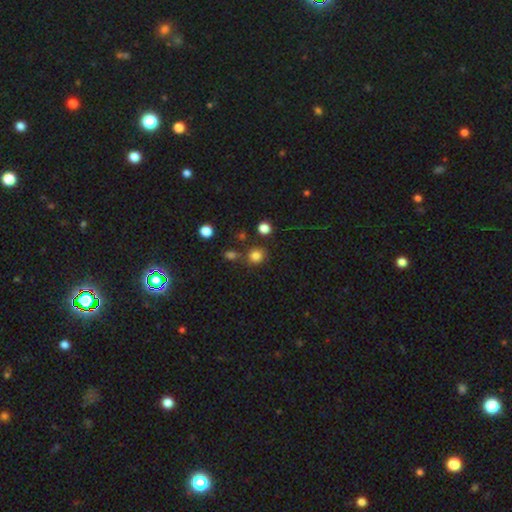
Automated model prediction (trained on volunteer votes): A smooth galaxy with no disk features (81%) that is round (87%). Merging: none (77%).